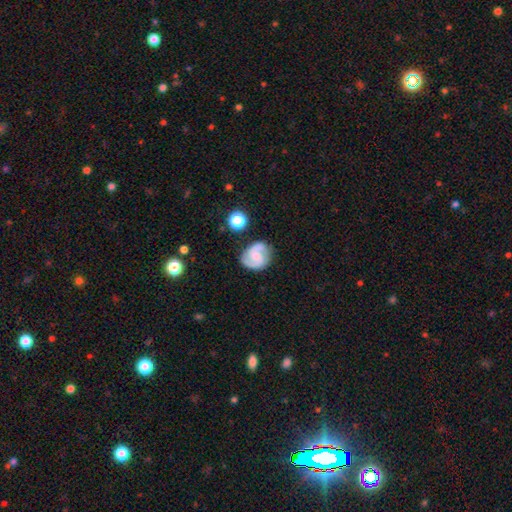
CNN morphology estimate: A featured or disk galaxy (81%) with no bar (49%), 2 (90%) medium (55%) spiral arms (97%) and a small central bulge (53%). Merging: none (79%).